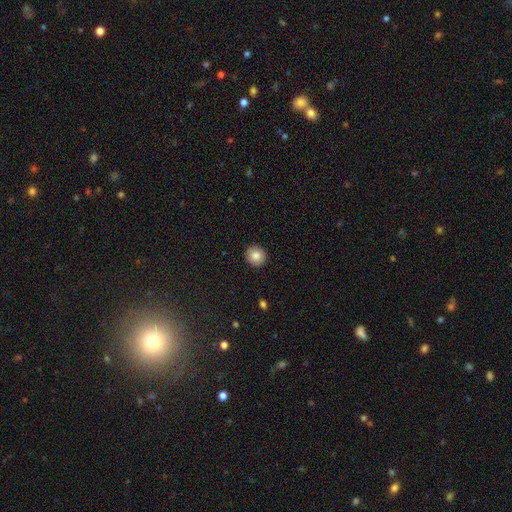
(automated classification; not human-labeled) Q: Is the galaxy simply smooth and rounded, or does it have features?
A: smooth — 84%.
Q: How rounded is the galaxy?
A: round — 90%.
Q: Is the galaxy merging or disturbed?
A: none — 92%.